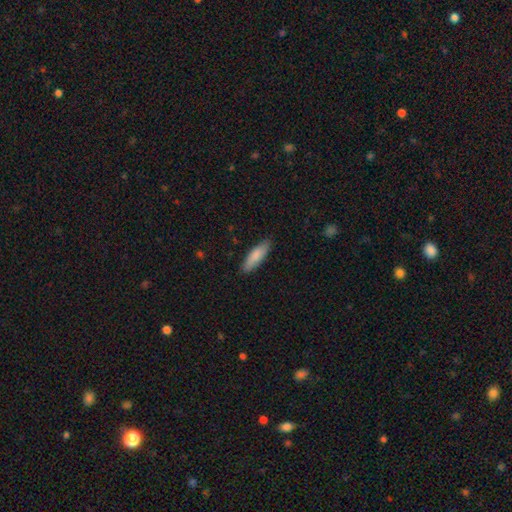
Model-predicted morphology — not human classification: smooth-or-featured: smooth: 85% | featured or disk: 10% | star or artifact: 5%
  how-rounded: cigar-shaped: 50% | in between: 48% | round: 1%
  merging: none: 87% | minor disturbance: 11% | major disturbance: 2% | merger: 1%